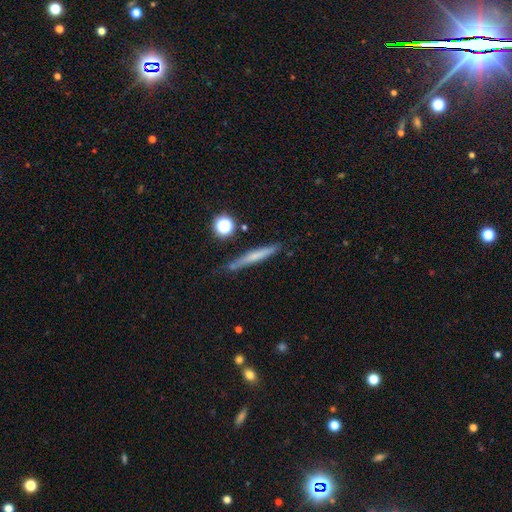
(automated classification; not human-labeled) smooth-or-featured: smooth: 54% | featured or disk: 37% | star or artifact: 9%
  how-rounded: cigar-shaped: 93% | in between: 4% | round: 3%
  merging: none: 79% | minor disturbance: 14% | merger: 4% | major disturbance: 3%